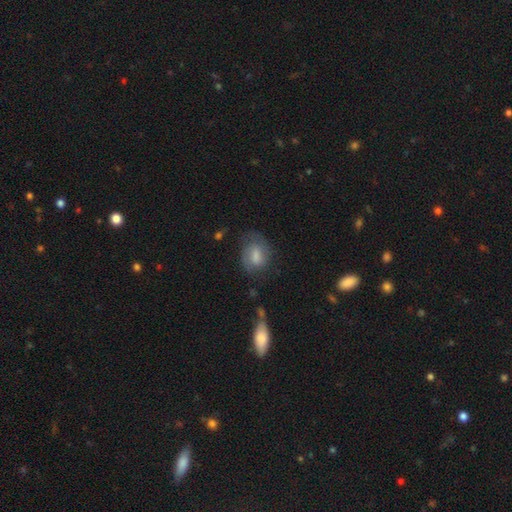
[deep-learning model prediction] Overall: smooth (56%; featured or disk 35%). How rounded: in between (65%; round 33%). Merging: none (57%; minor disturbance 26%).